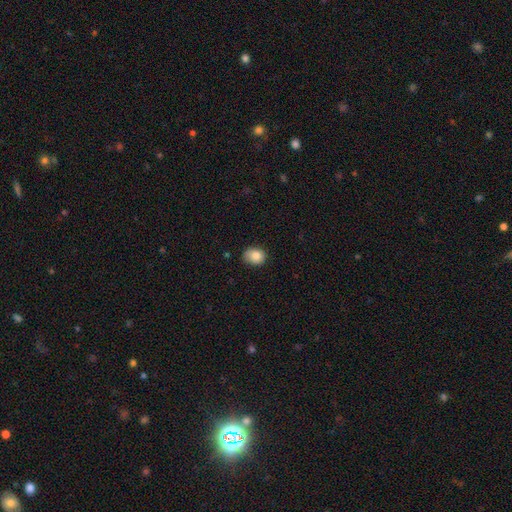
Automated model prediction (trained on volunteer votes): Smooth or featured: smooth — 84% (star or artifact — 9%)
How rounded: in between — 52% (round — 48%)
Merging: none — 71% (minor disturbance — 24%)